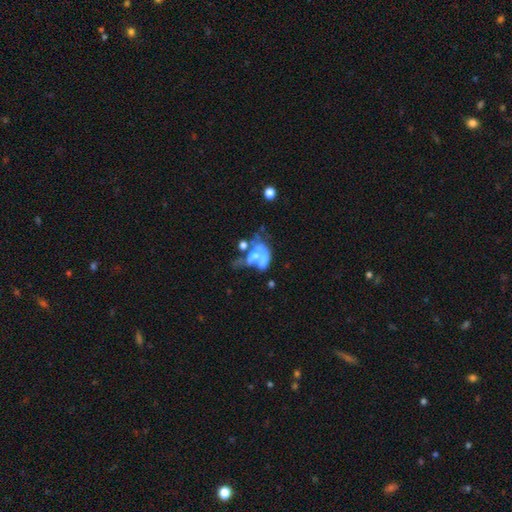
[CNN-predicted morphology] featured or disk 51%, smooth 35%, star or artifact 14%. Down the decision tree: edge-on disk — no (95%); merging — merger (56%).